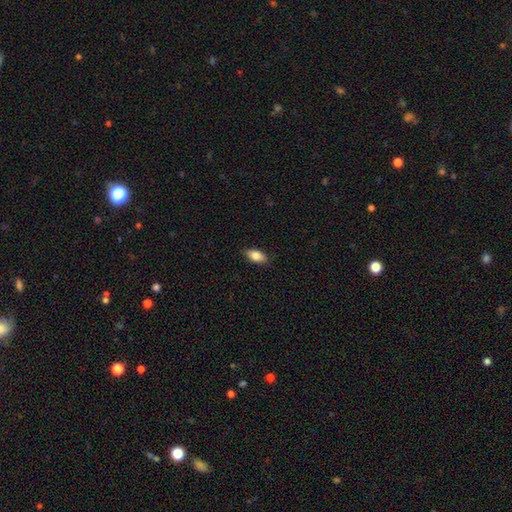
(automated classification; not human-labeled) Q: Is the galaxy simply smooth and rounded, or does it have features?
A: smooth — 81%.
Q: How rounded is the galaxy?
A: in between — 90%.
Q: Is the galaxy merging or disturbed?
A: none — 87%.